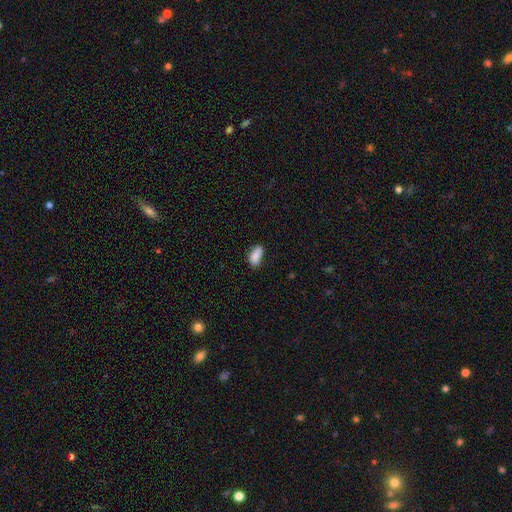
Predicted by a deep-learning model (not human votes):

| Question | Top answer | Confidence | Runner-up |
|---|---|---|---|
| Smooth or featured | smooth | 83% | featured or disk (9%) |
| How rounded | in between | 87% | cigar-shaped (8%) |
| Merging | none | 54% | minor disturbance (24%) |